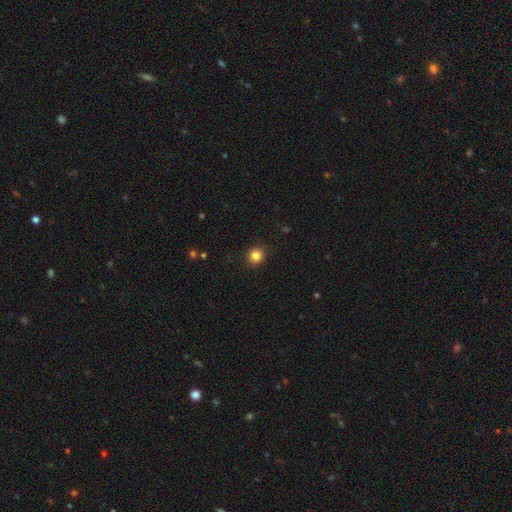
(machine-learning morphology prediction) Smooth or featured?
  - smooth: 84% *
  - star or artifact: 11%
  - featured or disk: 4%
How rounded?
  - round: 89% *
  - in between: 10%
  - cigar-shaped: 1%
Merging?
  - none: 91% *
  - minor disturbance: 6%
  - major disturbance: 2%
  - merger: 1%